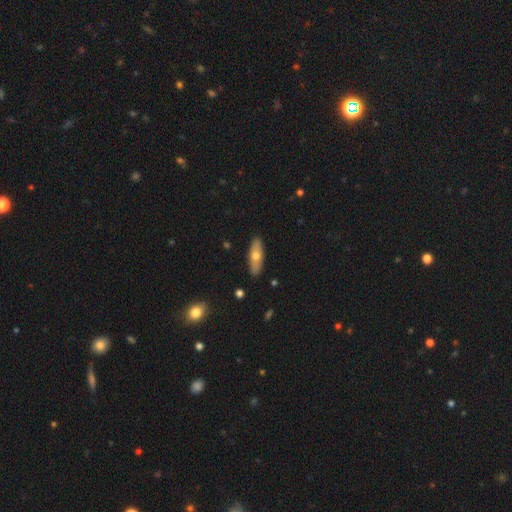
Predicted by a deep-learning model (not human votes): Smooth or featured? smooth (58%)
How rounded? in between (52%)
Merging? none (89%)